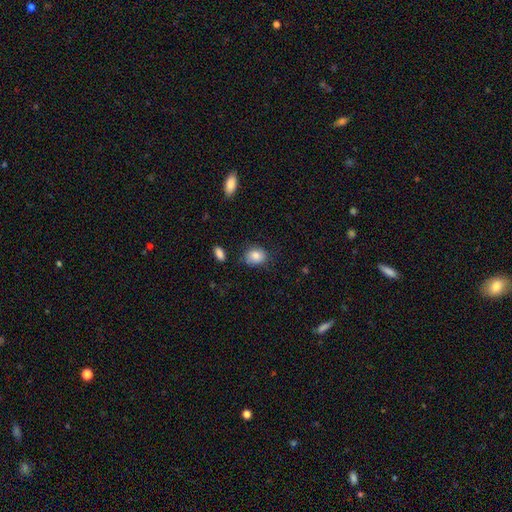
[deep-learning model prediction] A smooth galaxy with no disk features (84%) that is in between round and cigar-shaped (50%).

Vote fractions:
- Smooth or featured? smooth: 84% / star or artifact: 8% / featured or disk: 8%
- How rounded? in between: 50% / round: 49% / cigar-shaped: 1%
- Merging? none: 72% / minor disturbance: 20% / major disturbance: 5% / merger: 3%